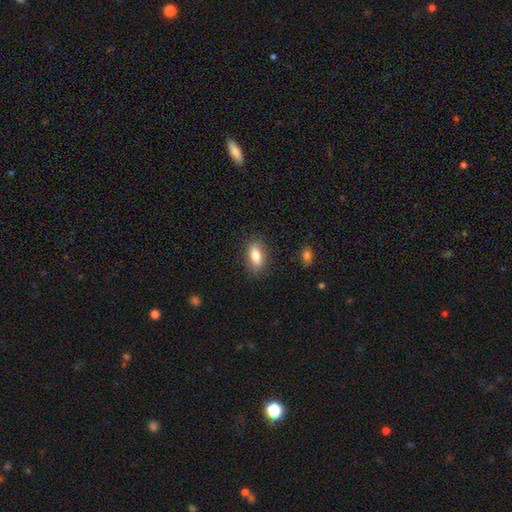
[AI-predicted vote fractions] smooth-or-featured: smooth: 79% | featured or disk: 14% | star or artifact: 7%
  how-rounded: in between: 82% | cigar-shaped: 13% | round: 5%
  merging: none: 85% | minor disturbance: 11% | major disturbance: 3% | merger: 1%